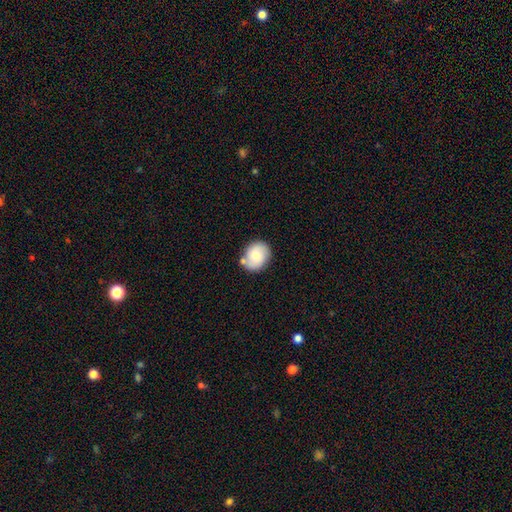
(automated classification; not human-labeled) Overall: smooth (70%). How rounded: round (54%; in between 45%). Merging: none (68%).